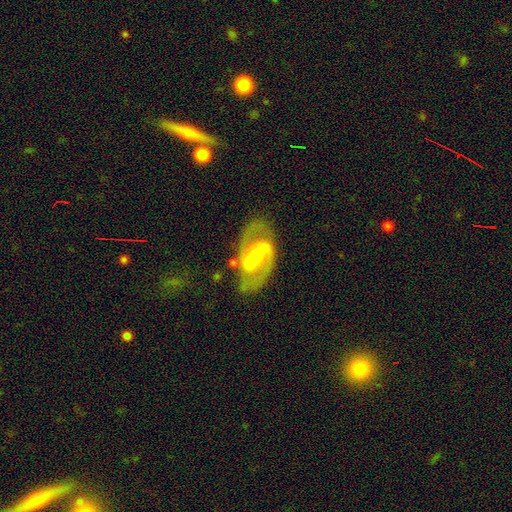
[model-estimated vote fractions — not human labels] smooth_or_featured: featured or disk (p=0.83) [alt: smooth p=0.12]
disk_edge_on: no (p=0.96) [alt: yes p=0.04]
bar: strong (p=0.49) [alt: weak p=0.36]
has_spiral_arms: yes (p=0.90) [alt: no p=0.10]
spiral_winding: medium (p=0.56) [alt: tight p=0.23]
spiral_arm_count: 2 (p=0.89) [alt: can't tell p=0.05]
bulge_size: small (p=0.57) [alt: moderate p=0.33]
merging: none (p=0.73) [alt: minor disturbance p=0.16]